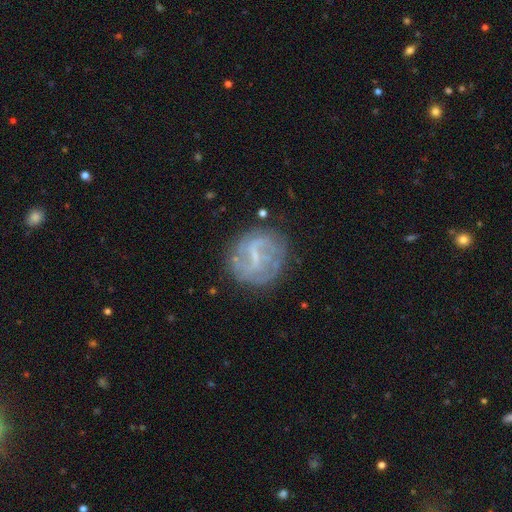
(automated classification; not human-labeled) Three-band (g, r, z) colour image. It shows a featured or disk galaxy (71%) with a weak bar (51%), spiral arms (69%) and a small central bulge (55%). Merging: none (71%).